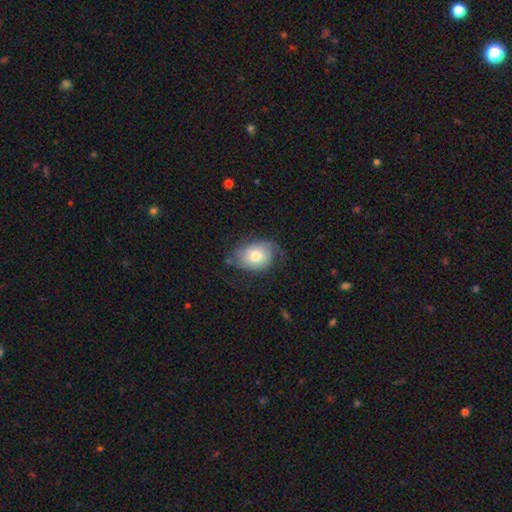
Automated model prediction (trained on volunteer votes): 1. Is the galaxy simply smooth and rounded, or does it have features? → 56% smooth, 37% featured or disk, 8% star or artifact.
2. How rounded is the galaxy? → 65% in between, 34% round, 1% cigar-shaped.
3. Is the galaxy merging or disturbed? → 56% none, 27% minor disturbance, 16% major disturbance, 2% merger.